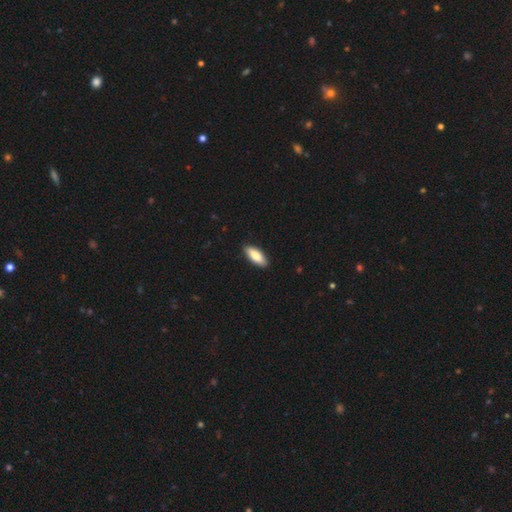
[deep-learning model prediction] Smooth or featured? smooth (83%)
How rounded? in between (76%)
Merging? none (89%)